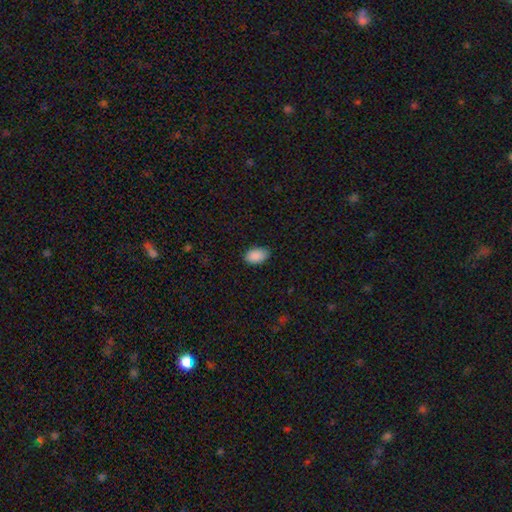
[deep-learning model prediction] The model was most divided on "merging": none: 81%, minor disturbance: 15%, major disturbance: 3%, merger: 1%. More confident: how rounded — in between (93%); smooth or featured — smooth (90%).